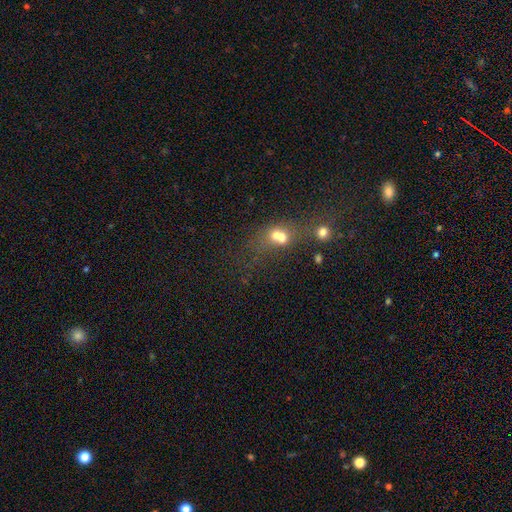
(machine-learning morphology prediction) Smooth or featured: smooth — 49% (star or artifact — 33%)
Merging: none — 38% (merger — 32%)